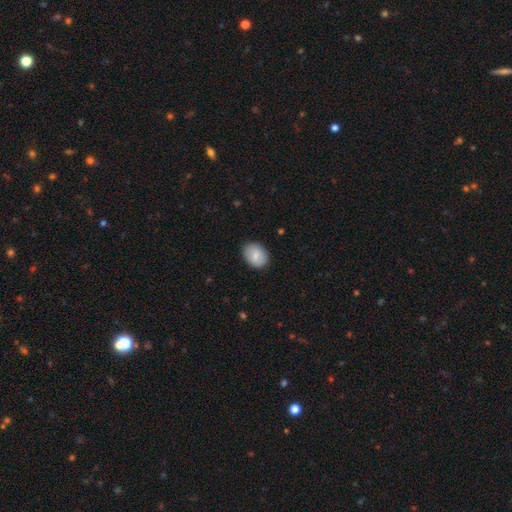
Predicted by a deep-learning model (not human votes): A smooth galaxy with no disk features (81%) that is in between round and cigar-shaped (69%).

Vote fractions:
- Smooth or featured? smooth: 81% / featured or disk: 12% / star or artifact: 7%
- How rounded? in between: 69% / round: 30% / cigar-shaped: 1%
- Merging? none: 85% / minor disturbance: 11% / major disturbance: 2% / merger: 1%